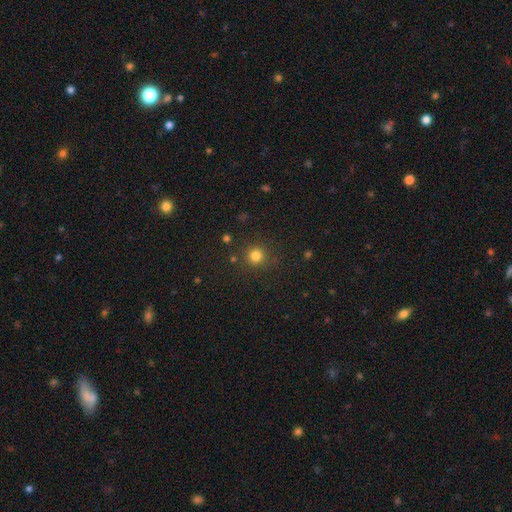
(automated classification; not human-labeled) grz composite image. It shows a smooth galaxy with no disk features (80%) that is round (93%). Merging: none (85%).